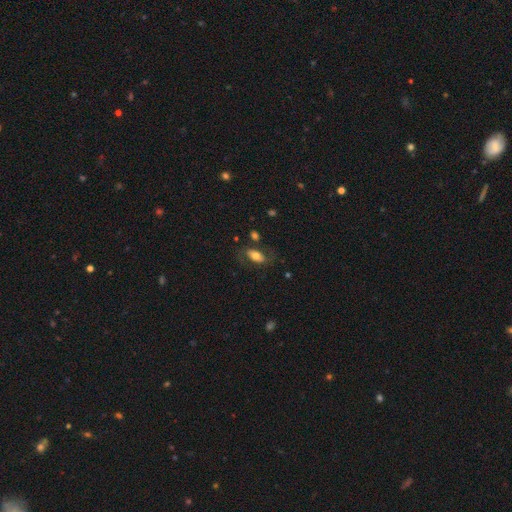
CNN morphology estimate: This is likely a smooth galaxy (66%). How rounded: clearly in between (89%). Merging: likely none (68%).